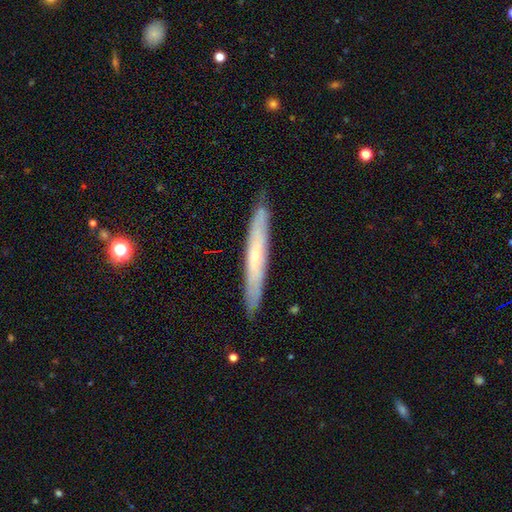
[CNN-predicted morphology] smooth-or-featured: featured or disk: 56% | smooth: 38% | star or artifact: 6%
  disk-edge-on: yes: 81% | no: 19%
  merging: none: 86% | minor disturbance: 11% | major disturbance: 2% | merger: 1%